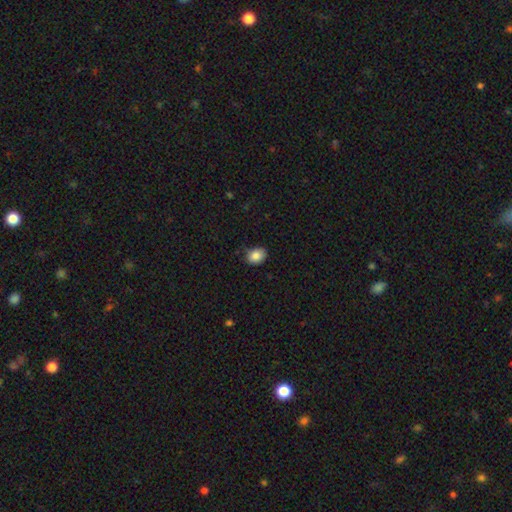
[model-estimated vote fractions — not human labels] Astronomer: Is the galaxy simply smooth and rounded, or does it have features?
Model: smooth — 85%.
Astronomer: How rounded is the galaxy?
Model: in between — 54% (runner-up: round, 45%).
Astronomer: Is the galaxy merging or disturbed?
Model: none — 78%.